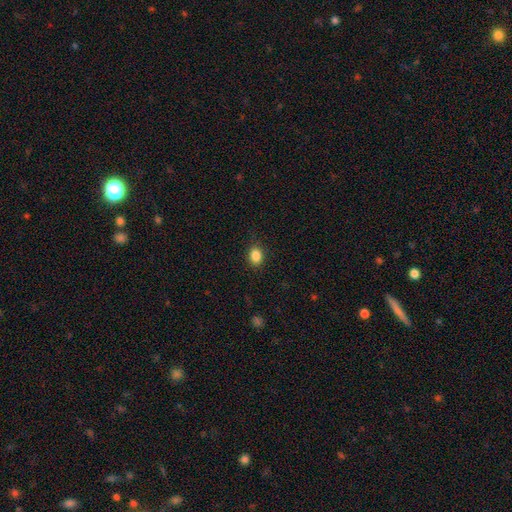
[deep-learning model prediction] Smooth or featured: smooth — 86% (star or artifact — 10%)
How rounded: in between — 63% (round — 36%)
Merging: none — 85% (minor disturbance — 11%)